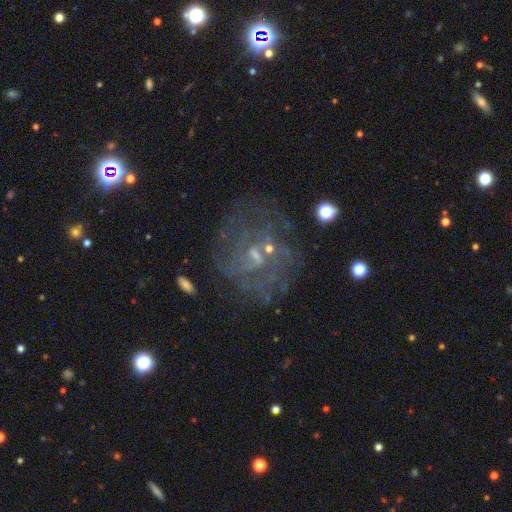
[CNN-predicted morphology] The model was most divided on "spiral arms": yes: 53%, no: 47%. More confident: edge-on disk — no (97%); smooth or featured — featured or disk (71%); merging — none (57%); bulge size — small (54%); bar — no (52%).